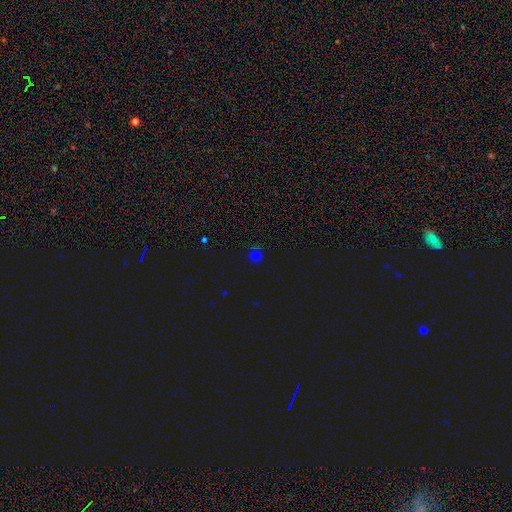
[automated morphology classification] Overall: smooth (62%; star or artifact 33%). How rounded: round (88%). Merging: none (81%).